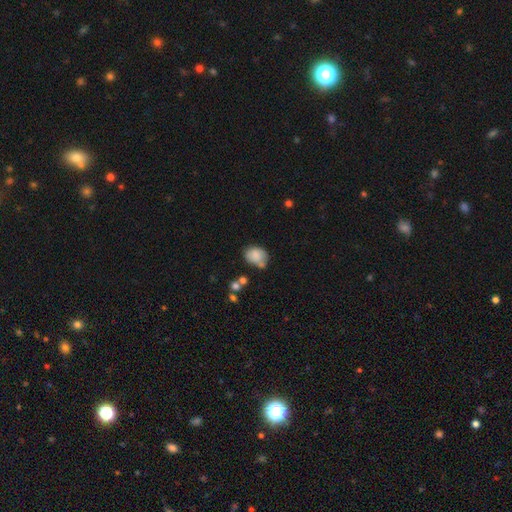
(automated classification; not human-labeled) Q: Smooth or featured?
A: smooth (79%); runner-up: featured or disk (12%)
Q: How rounded?
A: in between (56%); runner-up: round (43%)
Q: Merging?
A: none (48%); runner-up: minor disturbance (26%)